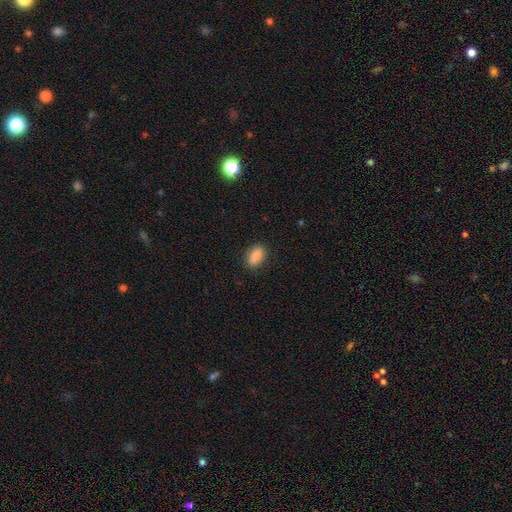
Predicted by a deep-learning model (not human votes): smooth-or-featured: smooth: 85% | star or artifact: 8% | featured or disk: 8%
  how-rounded: in between: 87% | round: 9% | cigar-shaped: 4%
  merging: none: 86% | minor disturbance: 10% | major disturbance: 2% | merger: 1%